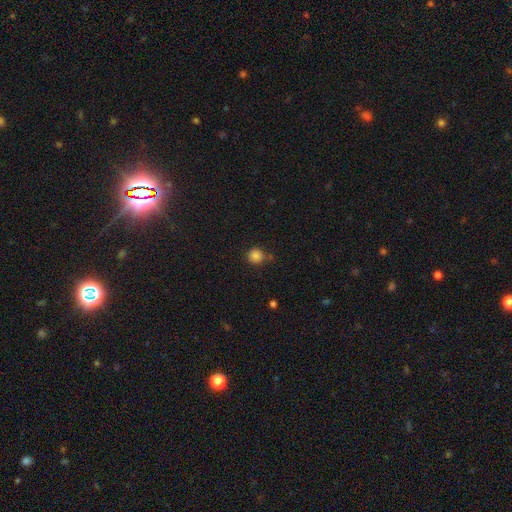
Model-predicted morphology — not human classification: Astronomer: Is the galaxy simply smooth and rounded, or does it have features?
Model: smooth — 84%.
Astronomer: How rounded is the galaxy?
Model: round — 93%.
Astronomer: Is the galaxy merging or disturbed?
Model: none — 77%.